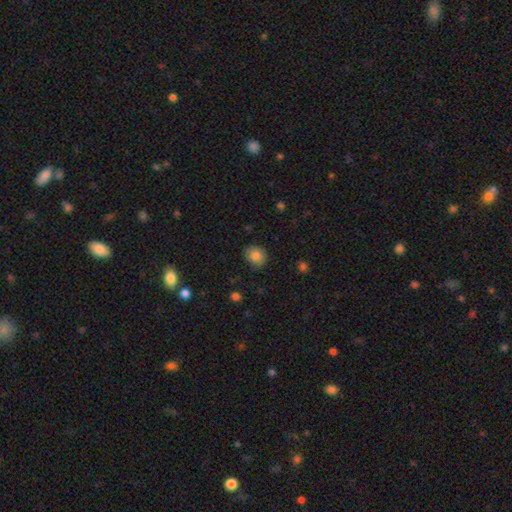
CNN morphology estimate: type=smooth (83%); roundness=round (69%); merging=none (83%).